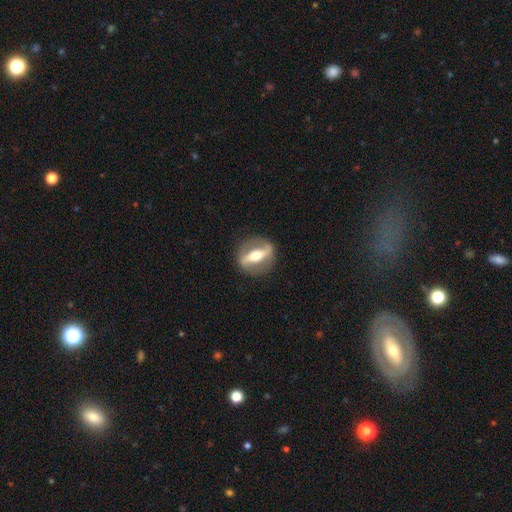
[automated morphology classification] Smooth or featured? featured or disk (77%)
Edge-on disk? no (61%)
Merging? none (84%)